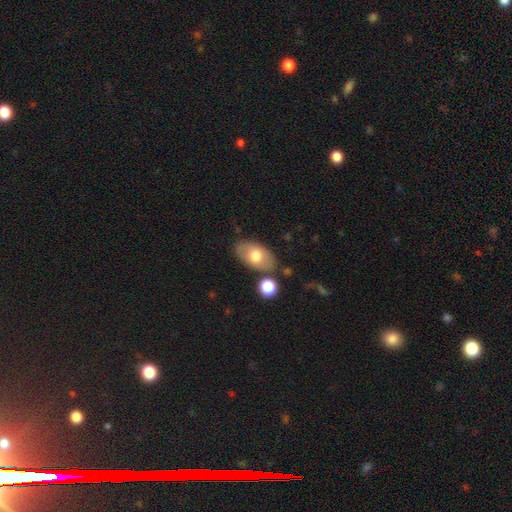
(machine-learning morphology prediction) This is likely a smooth galaxy (69%). How rounded: clearly in between (92%). Merging: likely none (76%).